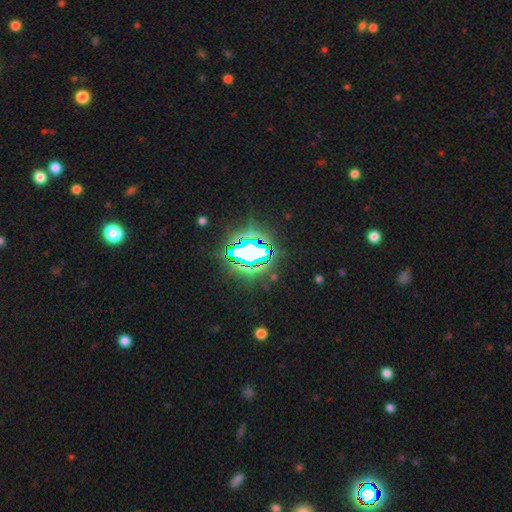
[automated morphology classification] Smooth or featured: star or artifact — 72% (smooth — 15%)